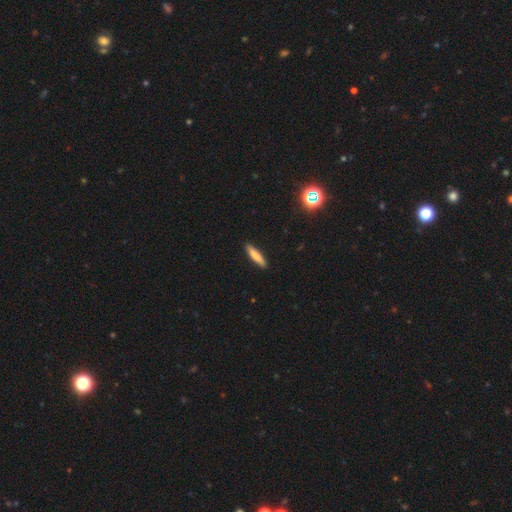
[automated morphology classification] smooth 79%, featured or disk 15%, star or artifact 7%. Down the decision tree: how rounded — cigar-shaped (84%); merging — none (90%).